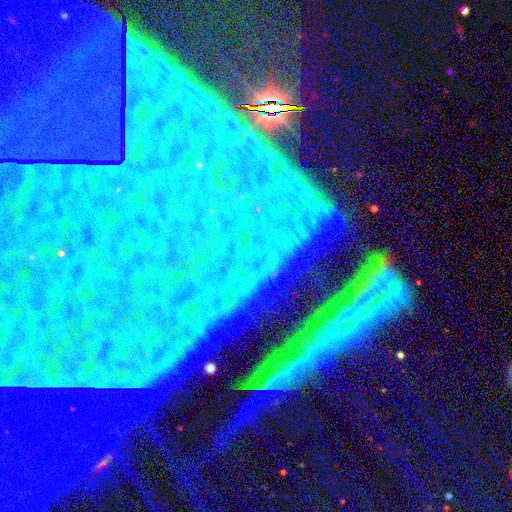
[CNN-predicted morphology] A star or artifact, not a galaxy (84%).

Vote fractions:
- Smooth or featured? star or artifact: 84% / featured or disk: 9% / smooth: 7%